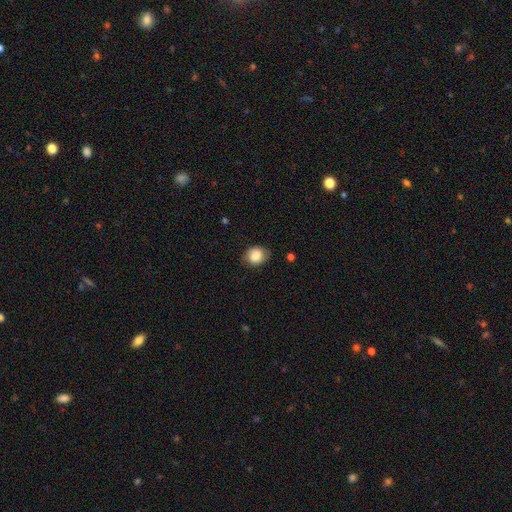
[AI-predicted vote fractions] This appears to be a smooth galaxy with no disk features (83%) that is round (58%). Merging: none (74%).